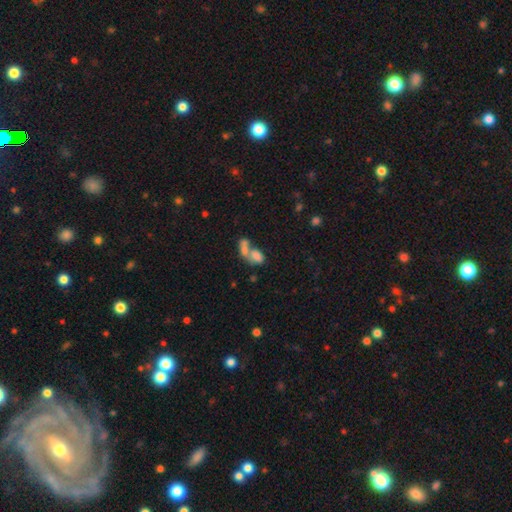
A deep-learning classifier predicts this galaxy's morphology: This appears to be a smooth galaxy with no disk features (69%) that is in between round and cigar-shaped (84%). Merging: merger (69%).